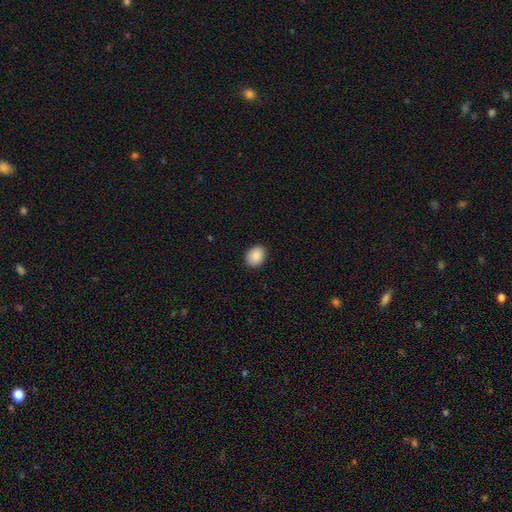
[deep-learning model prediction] A smooth galaxy with no disk features (89%) that is in between round and cigar-shaped (54%). Merging: none (89%).